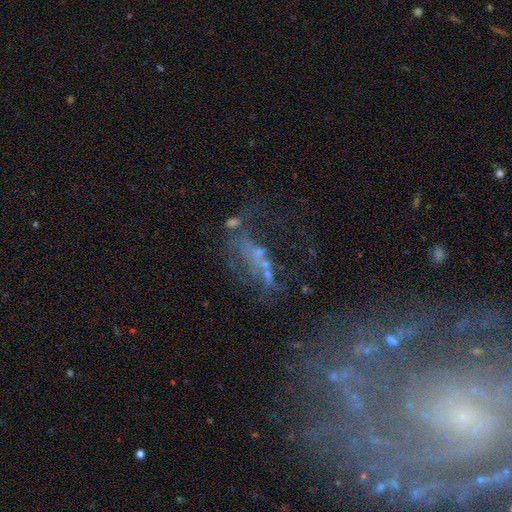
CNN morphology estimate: Q: Smooth or featured?
A: featured or disk (53%); runner-up: star or artifact (27%)
Q: Edge-on disk?
A: no (91%); runner-up: yes (9%)
Q: Merging?
A: major disturbance (36%); runner-up: none (33%)